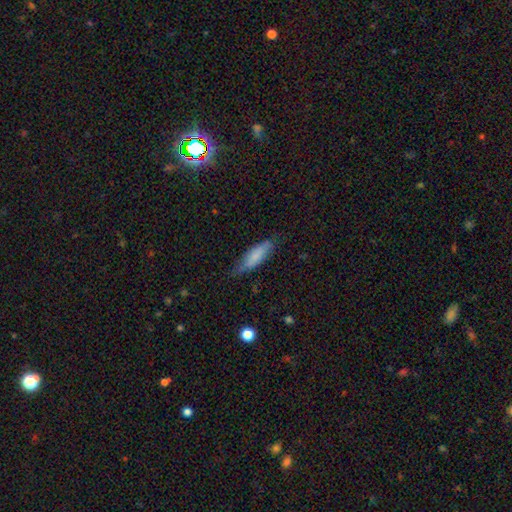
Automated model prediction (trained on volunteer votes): This is likely a smooth galaxy (74%). How rounded: possibly cigar-shaped (55%). Merging: likely none (68%).